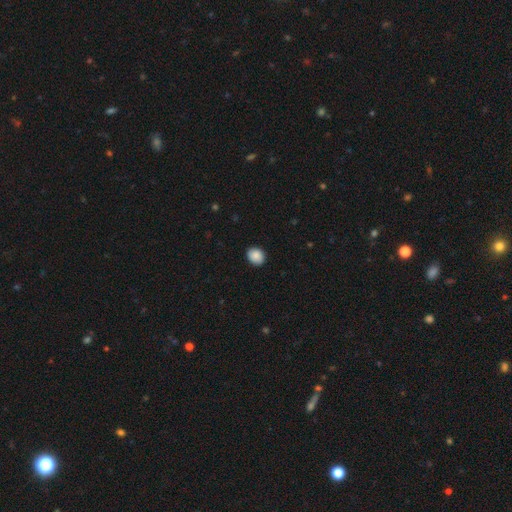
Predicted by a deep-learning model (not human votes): smooth 88%, star or artifact 8%, featured or disk 4%. Down the decision tree: how rounded — round (60%); merging — none (88%).